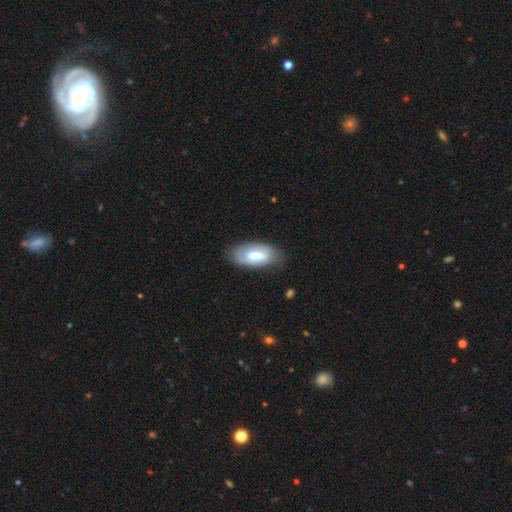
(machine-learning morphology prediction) type=smooth (60%); roundness=in between (91%); merging=none (71%).